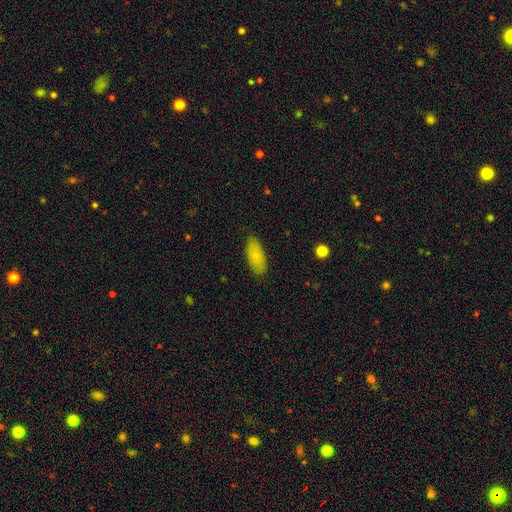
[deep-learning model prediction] Q: Smooth or featured?
A: smooth (79%); runner-up: featured or disk (14%)
Q: How rounded?
A: in between (81%); runner-up: cigar-shaped (17%)
Q: Merging?
A: none (85%); runner-up: minor disturbance (11%)